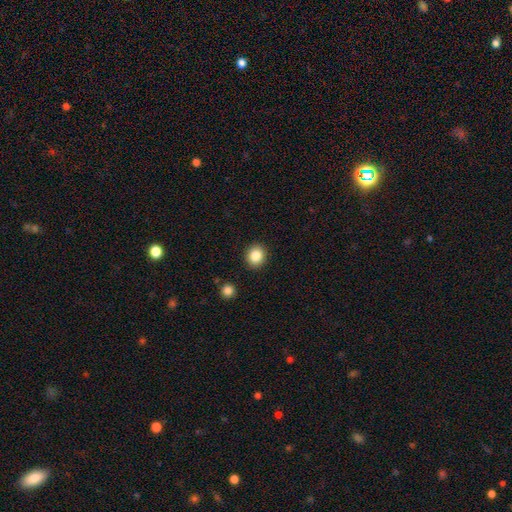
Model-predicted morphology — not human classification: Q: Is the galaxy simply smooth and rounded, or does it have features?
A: smooth — 85%.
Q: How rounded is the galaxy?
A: round — 76%.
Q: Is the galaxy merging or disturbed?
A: none — 91%.